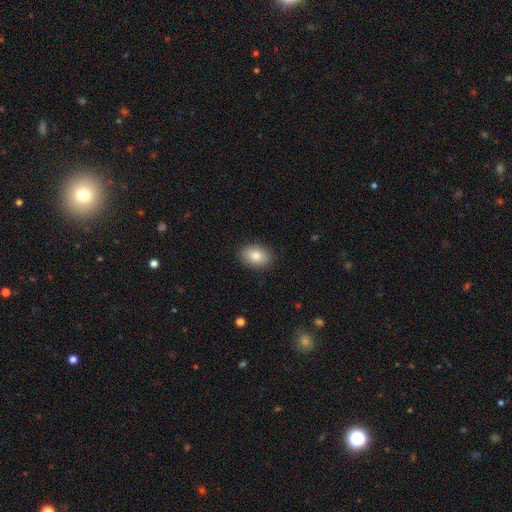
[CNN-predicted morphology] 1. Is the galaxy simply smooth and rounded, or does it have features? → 84% smooth, 8% featured or disk, 8% star or artifact.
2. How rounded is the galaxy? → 77% in between, 22% round, 1% cigar-shaped.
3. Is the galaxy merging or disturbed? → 89% none, 8% minor disturbance, 2% major disturbance, 1% merger.